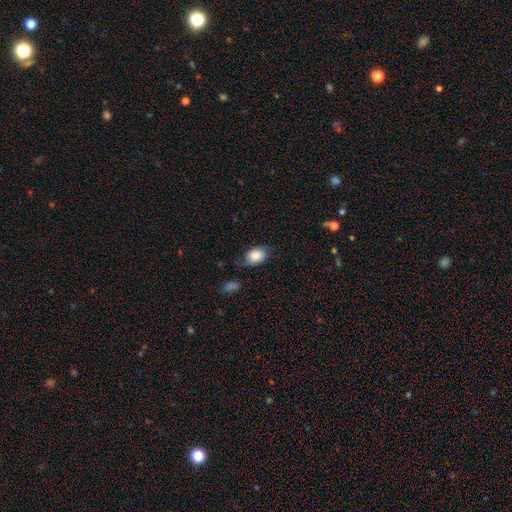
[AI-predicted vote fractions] The model was most divided on "merging": none: 59%, minor disturbance: 28%, major disturbance: 10%, merger: 3%. More confident: smooth or featured — smooth (82%); how rounded — in between (79%).